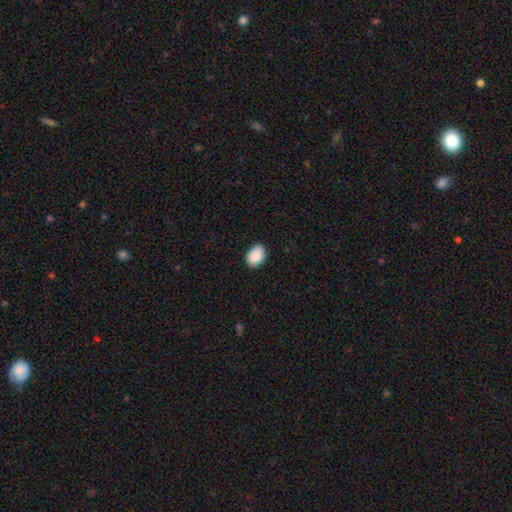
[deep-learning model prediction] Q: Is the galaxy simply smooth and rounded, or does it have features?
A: smooth — 90%.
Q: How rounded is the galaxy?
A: in between — 81%.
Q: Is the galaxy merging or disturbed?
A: none — 84%.